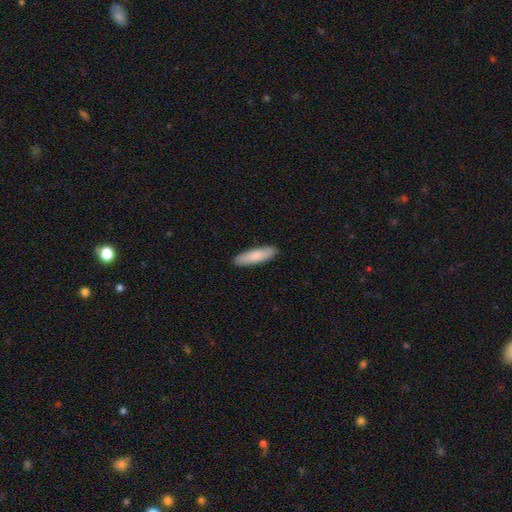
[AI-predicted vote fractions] Overall: smooth (83%). How rounded: cigar-shaped (64%; in between 34%). Merging: none (90%).